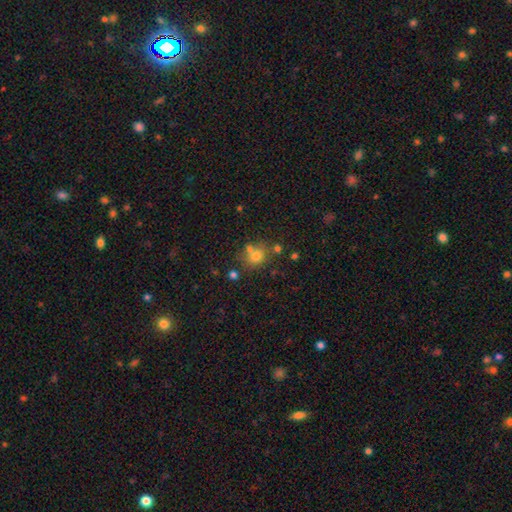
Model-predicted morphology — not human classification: Smooth or featured? Predicted: smooth (p=0.71). How rounded? Predicted: round (p=0.70). Merging? Predicted: none (p=0.57).